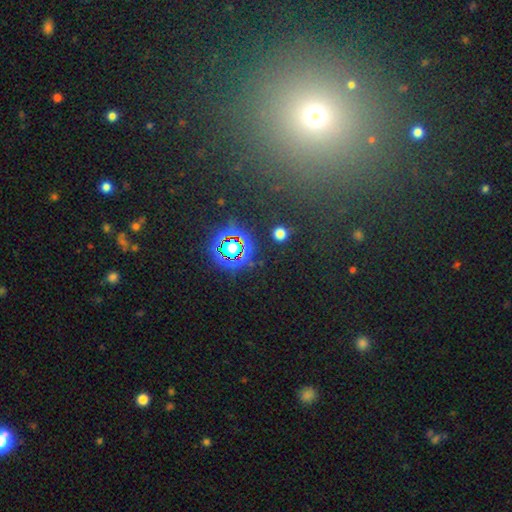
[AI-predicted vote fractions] smooth-or-featured: star or artifact: 59% | smooth: 33% | featured or disk: 9%